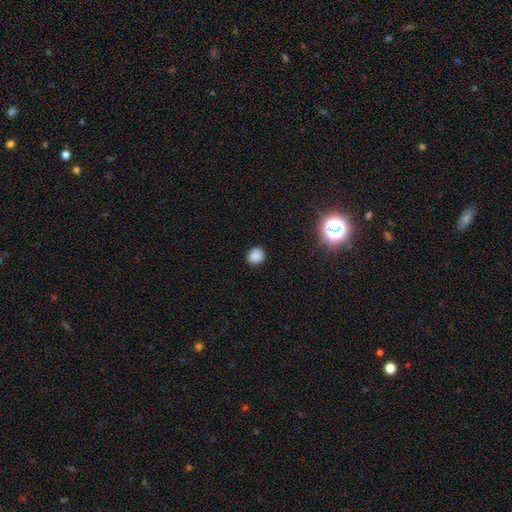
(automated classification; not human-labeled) Smooth or featured? smooth (84%)
How rounded? round (85%)
Merging? none (90%)